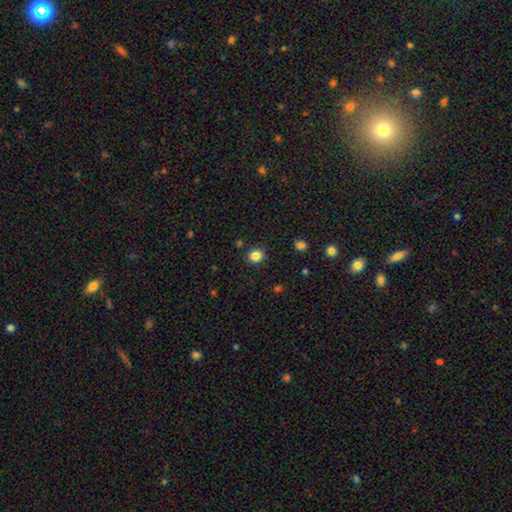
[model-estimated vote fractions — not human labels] Morphology: type=smooth (84%); roundness=round (86%); merging=none (90%).